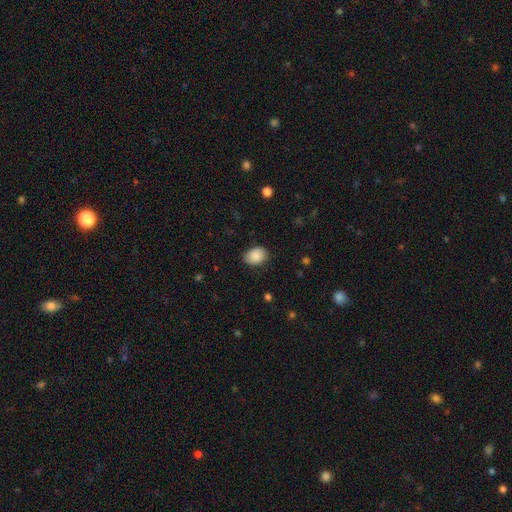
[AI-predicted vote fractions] smooth_or_featured: smooth (p=0.88) [alt: star or artifact p=0.07]
how_rounded: in between (p=0.72) [alt: round p=0.27]
merging: none (p=0.82) [alt: minor disturbance p=0.14]